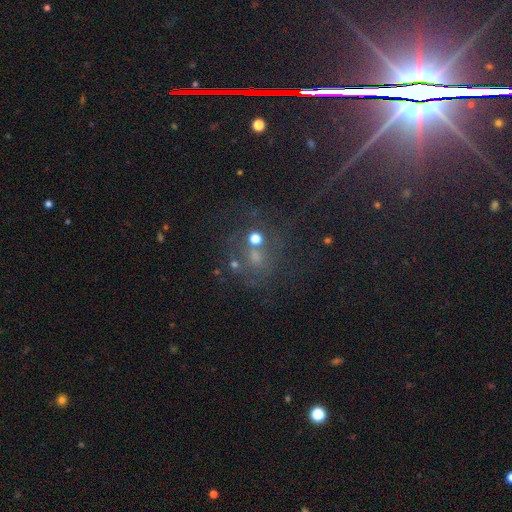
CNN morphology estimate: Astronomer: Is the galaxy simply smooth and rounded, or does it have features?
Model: star or artifact — 40% (runner-up: smooth, 32%).